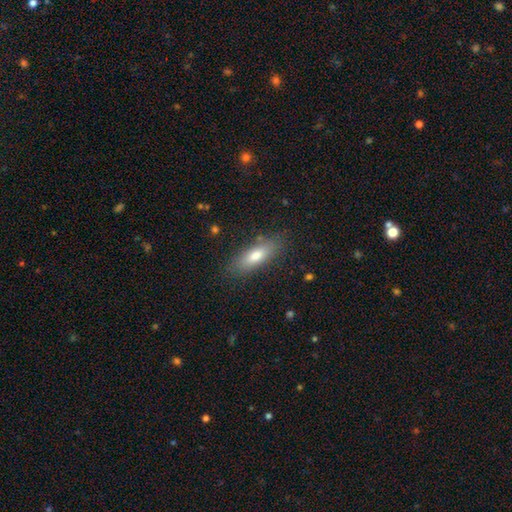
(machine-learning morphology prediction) smooth-or-featured: smooth: 75% | featured or disk: 18% | star or artifact: 7%
  how-rounded: in between: 61% | cigar-shaped: 37% | round: 2%
  merging: none: 83% | minor disturbance: 12% | major disturbance: 3% | merger: 2%